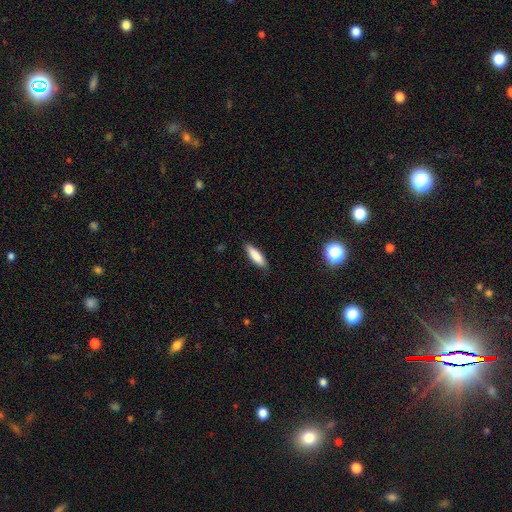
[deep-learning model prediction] smooth 83%, featured or disk 10%, star or artifact 6%. Down the decision tree: how rounded — cigar-shaped (61%); merging — none (87%).